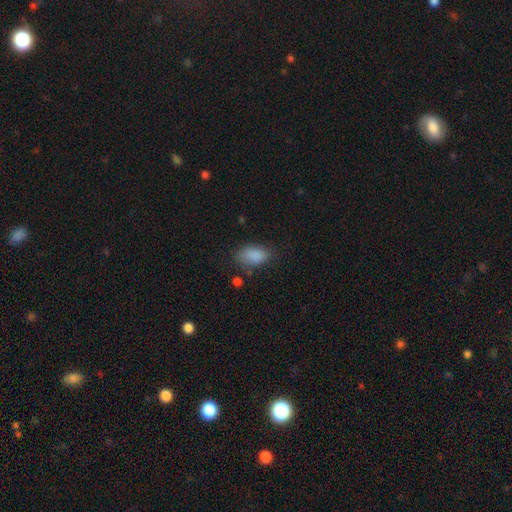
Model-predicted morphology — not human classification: smooth 86%, star or artifact 9%, featured or disk 5%. Down the decision tree: how rounded — in between (90%); merging — none (68%).